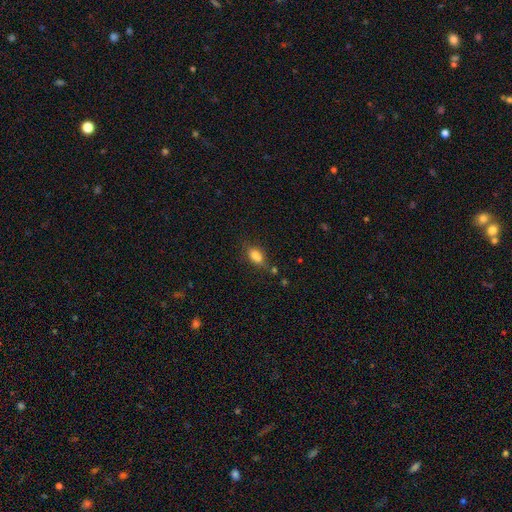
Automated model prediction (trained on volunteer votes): Smooth or featured? smooth (80%)
How rounded? in between (83%)
Merging? none (62%)